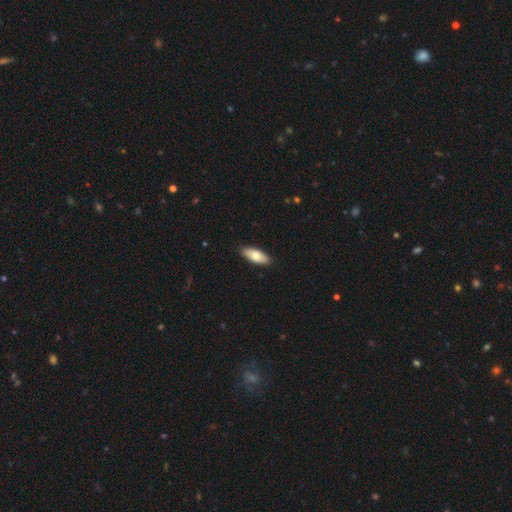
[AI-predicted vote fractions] smooth-or-featured: smooth: 73% | featured or disk: 22% | star or artifact: 5%
  how-rounded: in between: 75% | cigar-shaped: 23% | round: 2%
  merging: none: 90% | minor disturbance: 8% | major disturbance: 1% | merger: 1%